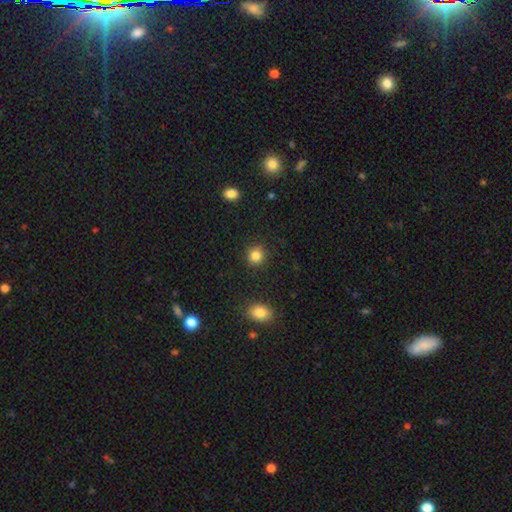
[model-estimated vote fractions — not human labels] Q: Smooth or featured?
A: smooth (85%); runner-up: star or artifact (11%)
Q: How rounded?
A: round (90%); runner-up: in between (9%)
Q: Merging?
A: none (90%); runner-up: minor disturbance (6%)